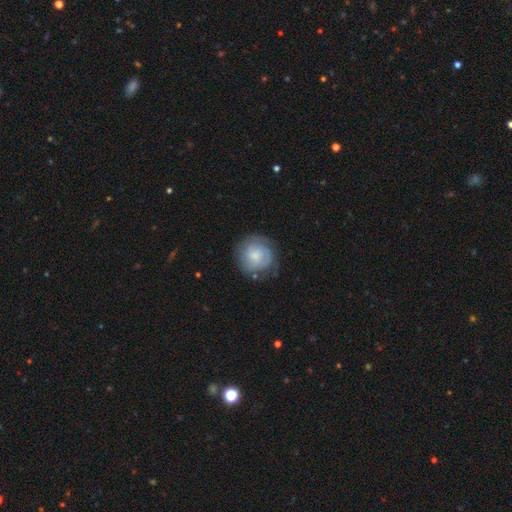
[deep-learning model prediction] This appears to be a smooth galaxy with no disk features (52%) that is round (89%). Merging: none (69%).